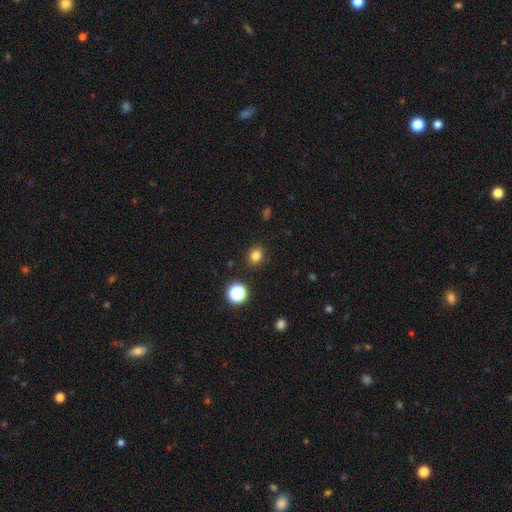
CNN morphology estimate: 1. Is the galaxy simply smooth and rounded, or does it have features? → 80% smooth, 15% star or artifact, 5% featured or disk.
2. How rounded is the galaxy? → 59% round, 40% in between, 1% cigar-shaped.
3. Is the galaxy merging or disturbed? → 88% none, 8% minor disturbance, 3% major disturbance, 2% merger.